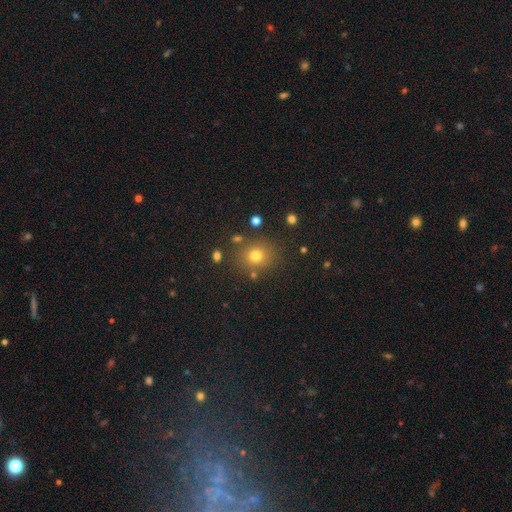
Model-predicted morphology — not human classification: A smooth galaxy with no disk features (74%) that is round (82%).

Vote fractions:
- Smooth or featured? smooth: 74% / star or artifact: 17% / featured or disk: 9%
- How rounded? round: 82% / in between: 17% / cigar-shaped: 1%
- Merging? none: 82% / minor disturbance: 10% / merger: 5% / major disturbance: 4%